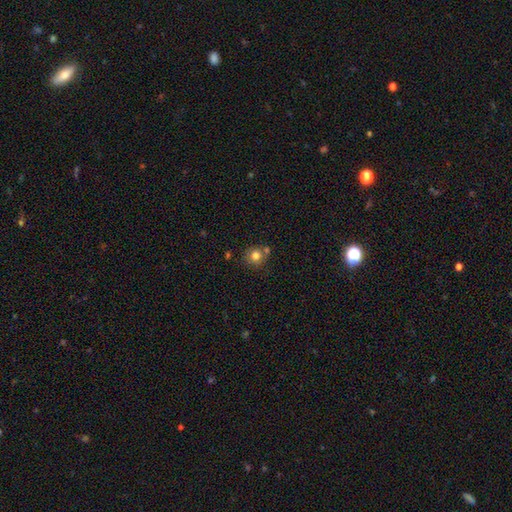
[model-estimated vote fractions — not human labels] smooth_or_featured: smooth (p=0.80) [alt: star or artifact p=0.12]
how_rounded: round (p=0.88) [alt: in between p=0.11]
merging: none (p=0.67) [alt: merger p=0.18]